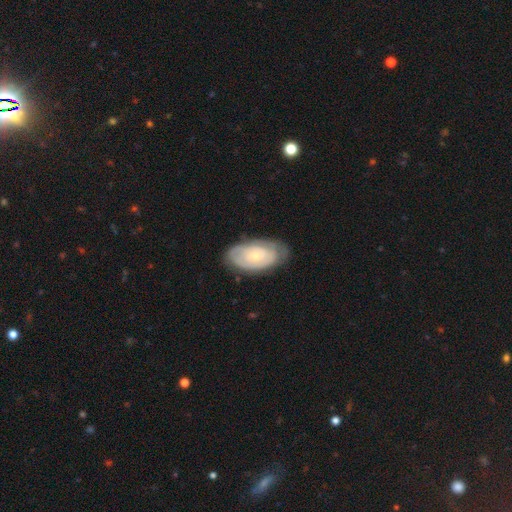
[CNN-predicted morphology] Smooth or featured? featured or disk (60%)
Edge-on disk? no (94%)
Bar? no (79%)
Spiral arms? yes (73%)
Bulge size? small (69%)
Merging? none (70%)